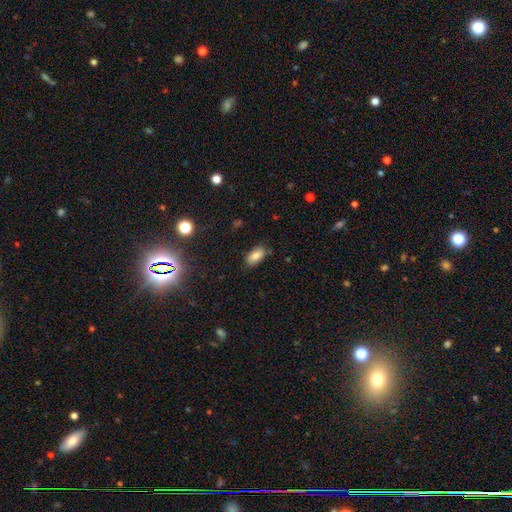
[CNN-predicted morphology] Q: Smooth or featured?
A: smooth (84%); runner-up: star or artifact (9%)
Q: How rounded?
A: in between (91%); runner-up: cigar-shaped (5%)
Q: Merging?
A: none (81%); runner-up: minor disturbance (14%)